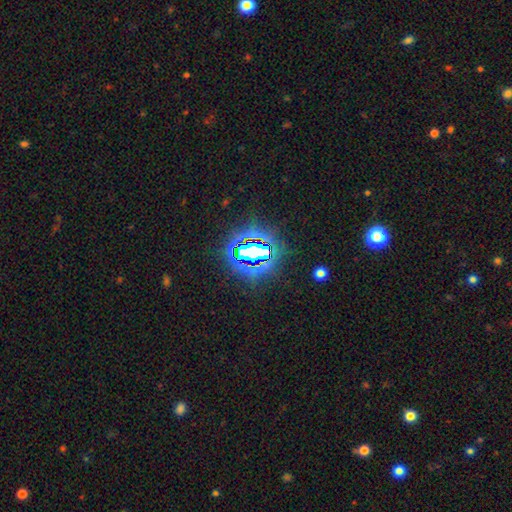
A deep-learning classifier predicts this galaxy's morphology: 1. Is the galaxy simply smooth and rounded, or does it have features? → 77% star or artifact, 13% smooth, 10% featured or disk.